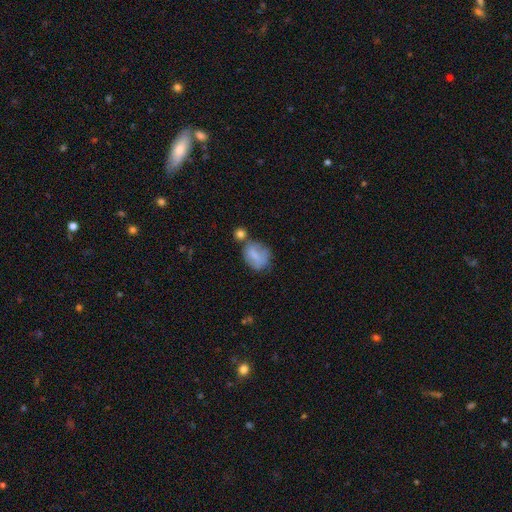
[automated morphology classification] Smooth or featured: smooth — 70% (featured or disk — 21%)
How rounded: in between — 56% (round — 42%)
Merging: none — 41% (minor disturbance — 25%)